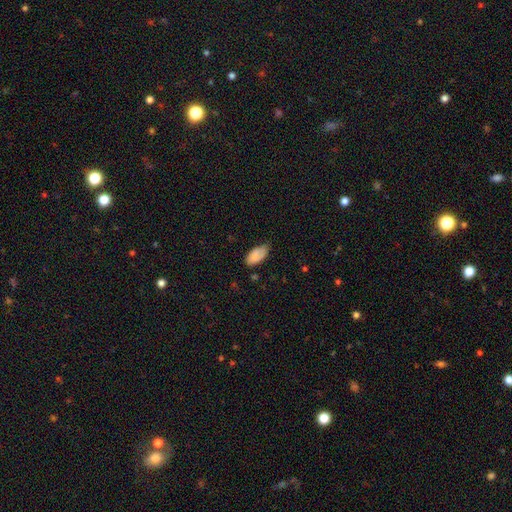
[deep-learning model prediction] smooth-or-featured: smooth: 84% | featured or disk: 10% | star or artifact: 7%
  how-rounded: in between: 94% | cigar-shaped: 3% | round: 3%
  merging: none: 58% | minor disturbance: 33% | major disturbance: 6% | merger: 2%